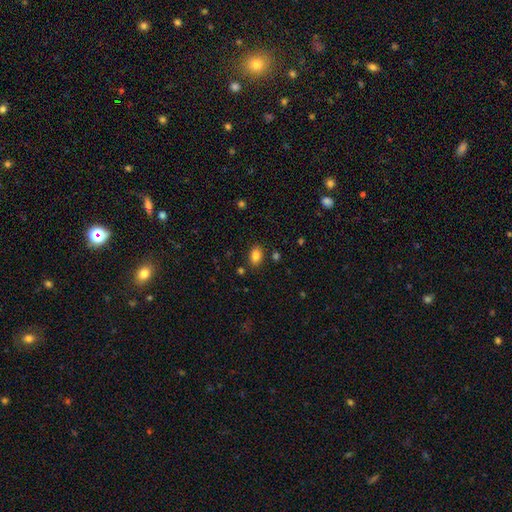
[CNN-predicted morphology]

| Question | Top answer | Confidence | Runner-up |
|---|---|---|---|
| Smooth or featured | smooth | 83% | star or artifact (10%) |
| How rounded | in between | 81% | round (18%) |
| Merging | none | 84% | minor disturbance (10%) |